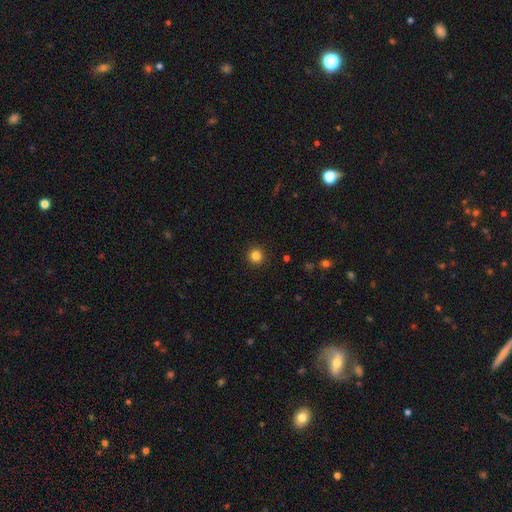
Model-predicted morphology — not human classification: This is clearly a smooth galaxy (84%). How rounded: clearly round (95%). Merging: clearly none (93%).